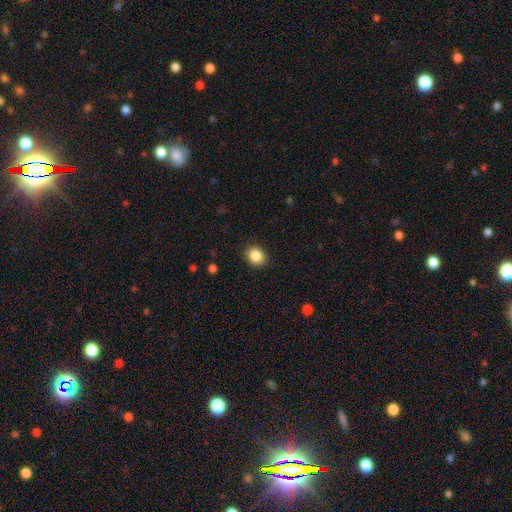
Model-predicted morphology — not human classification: Smooth or featured? Predicted: smooth (p=0.87). How rounded? Predicted: round (p=0.57). Merging? Predicted: none (p=0.89).